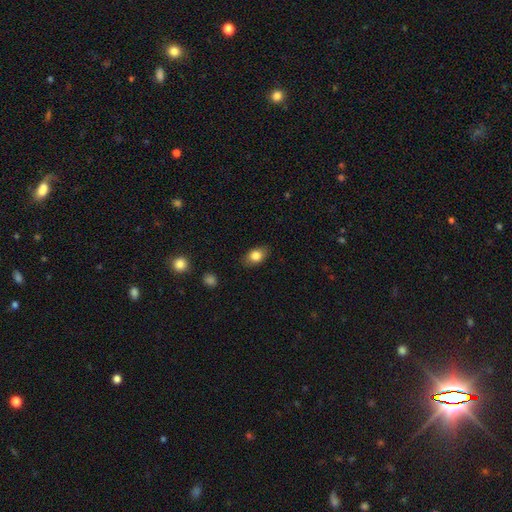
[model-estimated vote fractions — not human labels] A smooth galaxy with no disk features (82%) that is in between round and cigar-shaped (78%). Merging: none (83%).